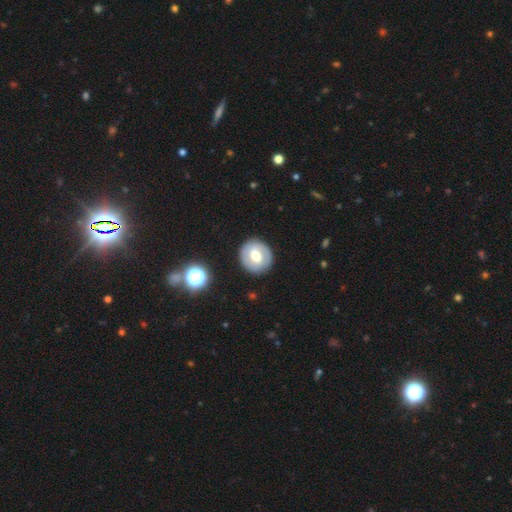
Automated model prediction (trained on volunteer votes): This appears to be a featured or disk galaxy (52%). Merging: none (88%).